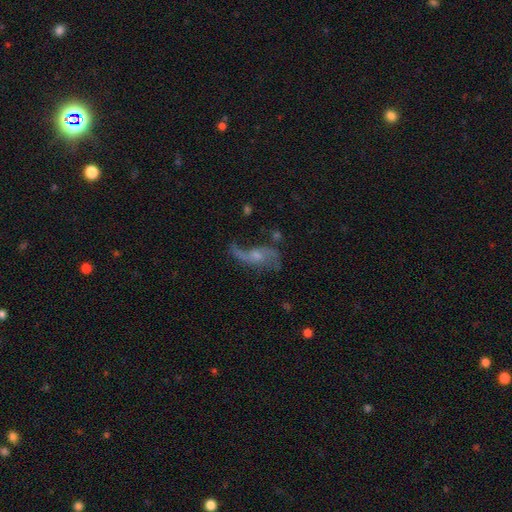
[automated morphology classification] This appears to be a featured or disk galaxy (80%) with no bar (62%), 2 (86%) loose (86%) spiral arms (90%) and a small central bulge (52%). Merging: none (54%).